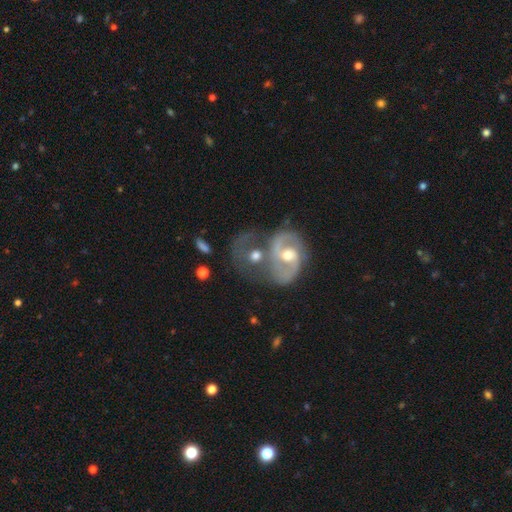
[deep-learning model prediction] Overall: featured or disk (62%; smooth 30%). Edge-on disk: no (96%). Bar: no (48%; weak 39%). Spiral arms: yes (78%). Bulge size: moderate (67%). Merging: merger (41%; none 34%).